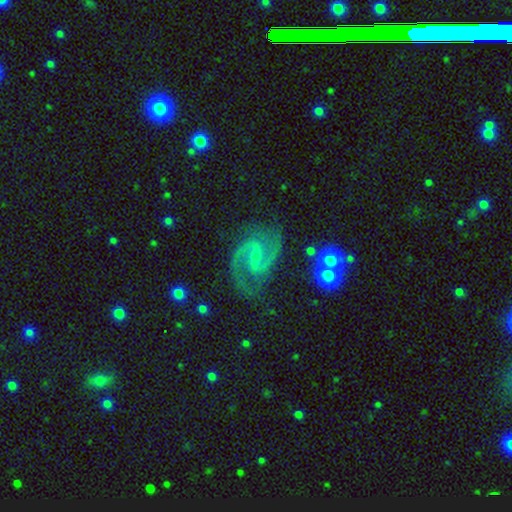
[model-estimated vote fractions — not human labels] The model was most divided on "bar": weak: 55%, strong: 24%, no: 22%. More confident: edge-on disk — no (98%); spiral arms — yes (98%); spiral arm count — 2 (92%); smooth or featured — featured or disk (90%); merging — none (75%); bulge size — small (67%); spiral winding — medium (65%).